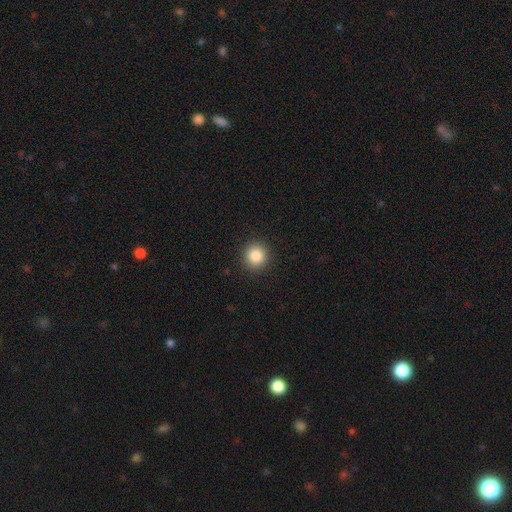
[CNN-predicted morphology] Smooth or featured? Predicted: smooth (p=0.85). How rounded? Predicted: round (p=0.91). Merging? Predicted: none (p=0.92).